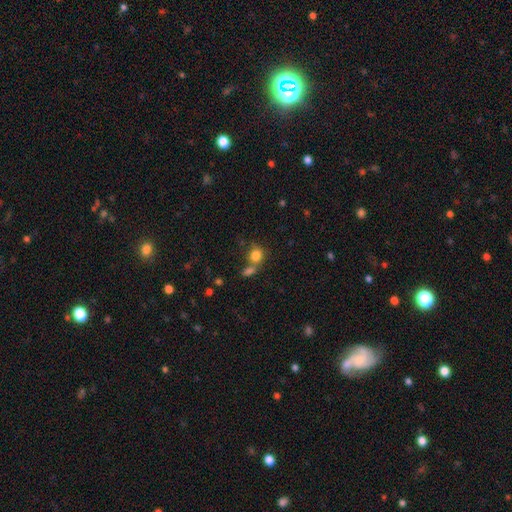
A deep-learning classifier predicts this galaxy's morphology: smooth_or_featured: smooth (p=0.81) [alt: star or artifact p=0.11]
how_rounded: round (p=0.76) [alt: in between p=0.23]
merging: none (p=0.49) [alt: merger p=0.33]